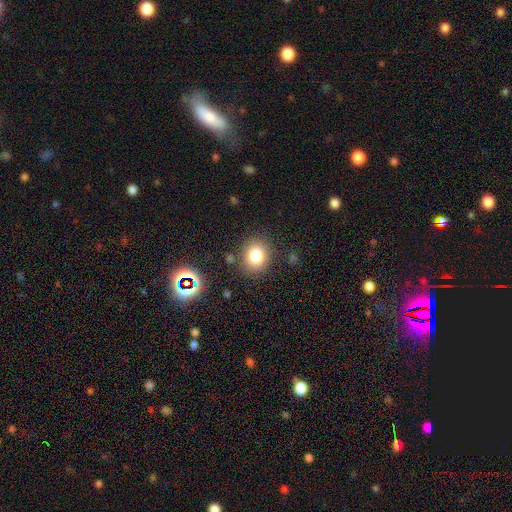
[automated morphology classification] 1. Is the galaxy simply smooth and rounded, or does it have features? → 80% smooth, 13% star or artifact, 8% featured or disk.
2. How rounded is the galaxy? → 66% round, 34% in between, 1% cigar-shaped.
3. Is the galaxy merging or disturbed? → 83% none, 10% minor disturbance, 4% merger, 3% major disturbance.